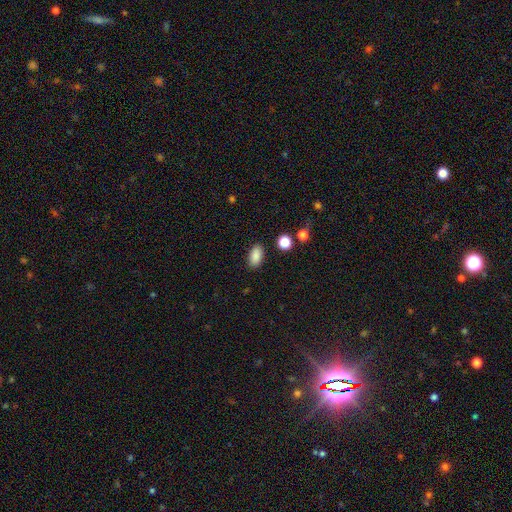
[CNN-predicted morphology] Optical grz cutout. It shows a smooth galaxy with no disk features (87%) that is in between round and cigar-shaped (91%). Merging: none (88%).